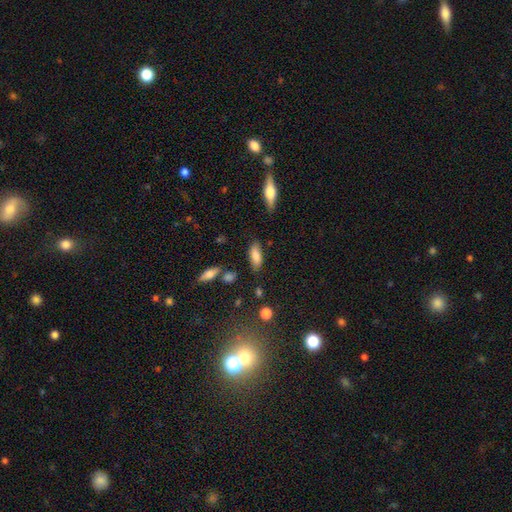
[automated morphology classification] smooth_or_featured: smooth (p=0.77) [alt: featured or disk p=0.16]
how_rounded: in between (p=0.76) [alt: cigar-shaped p=0.22]
merging: none (p=0.77) [alt: minor disturbance p=0.16]